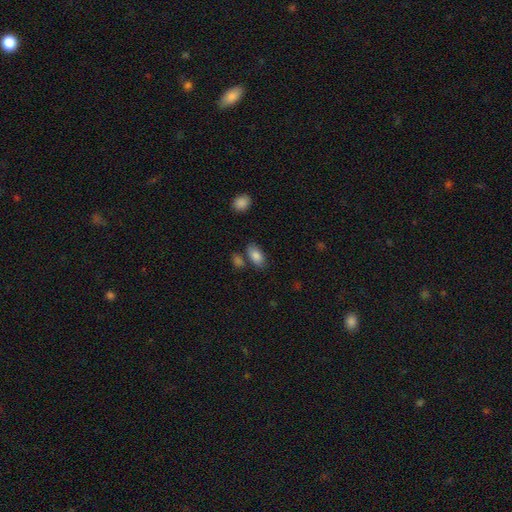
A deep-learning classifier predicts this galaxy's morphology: The model was most divided on "merging": none: 71%, minor disturbance: 14%, merger: 12%, major disturbance: 4%. More confident: how rounded — in between (92%); smooth or featured — smooth (84%).